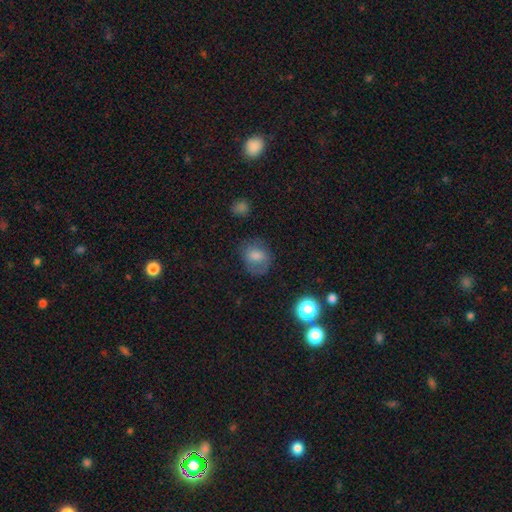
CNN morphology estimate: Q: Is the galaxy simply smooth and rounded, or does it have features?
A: smooth — 70%.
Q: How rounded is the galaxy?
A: round — 53%.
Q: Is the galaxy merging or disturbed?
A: none — 61%.